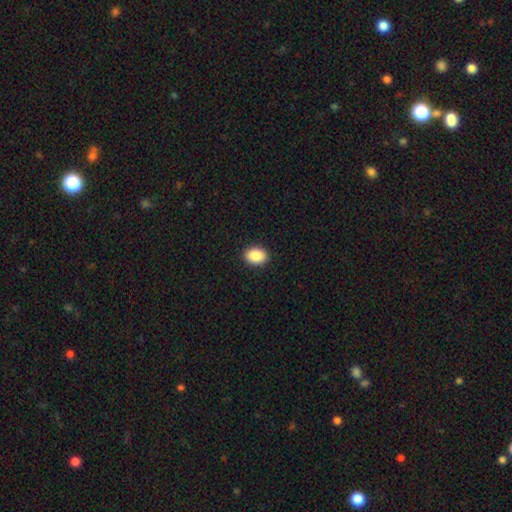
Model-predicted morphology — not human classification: smooth_or_featured: smooth (p=0.89) [alt: star or artifact p=0.08]
how_rounded: in between (p=0.76) [alt: round p=0.23]
merging: none (p=0.91) [alt: minor disturbance p=0.06]